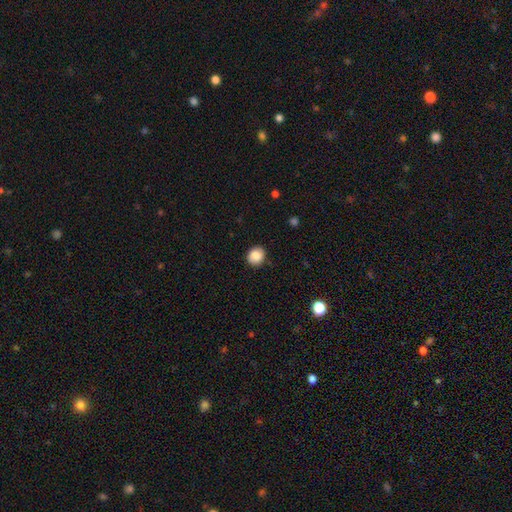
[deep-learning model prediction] A smooth galaxy with no disk features (87%) that is round (73%). Merging: none (87%).